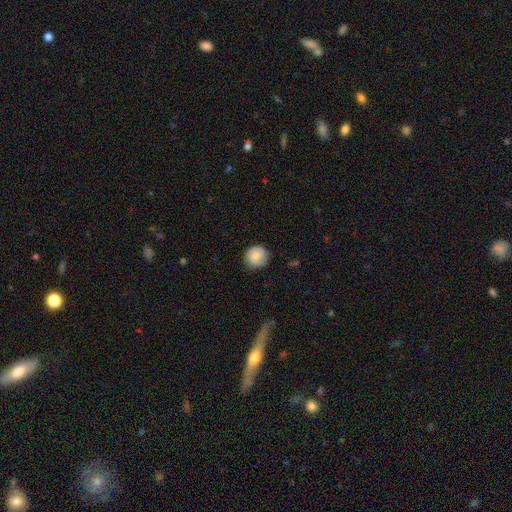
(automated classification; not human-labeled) A smooth galaxy with no disk features (85%) that is round (92%). Merging: none (85%).